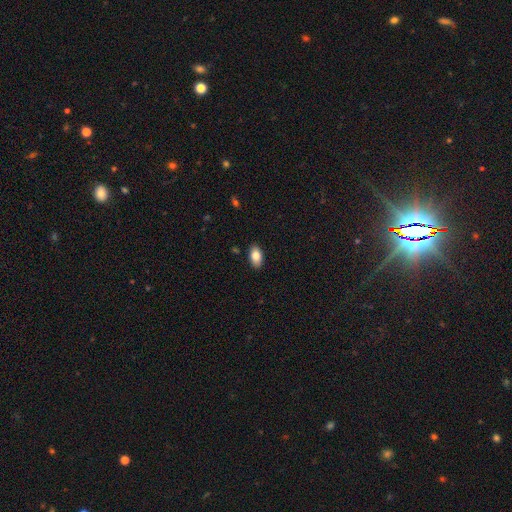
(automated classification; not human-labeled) Smooth or featured?
  - smooth: 84% *
  - featured or disk: 9%
  - star or artifact: 7%
How rounded?
  - in between: 93% *
  - round: 5%
  - cigar-shaped: 2%
Merging?
  - none: 88% *
  - minor disturbance: 9%
  - major disturbance: 2%
  - merger: 1%